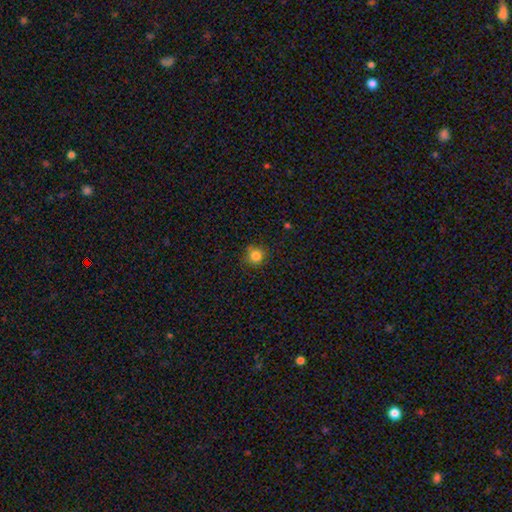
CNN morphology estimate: A smooth galaxy with no disk features (82%) that is round (92%).

Vote fractions:
- Smooth or featured? smooth: 82% / star or artifact: 13% / featured or disk: 5%
- How rounded? round: 92% / in between: 7% / cigar-shaped: 1%
- Merging? none: 83% / minor disturbance: 12% / major disturbance: 3% / merger: 2%